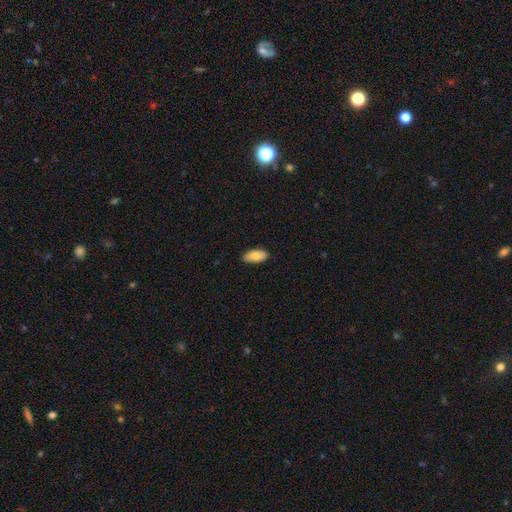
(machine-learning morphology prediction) smooth_or_featured: smooth (p=0.85) [alt: featured or disk p=0.09]
how_rounded: in between (p=0.90) [alt: cigar-shaped p=0.08]
merging: none (p=0.89) [alt: minor disturbance p=0.09]